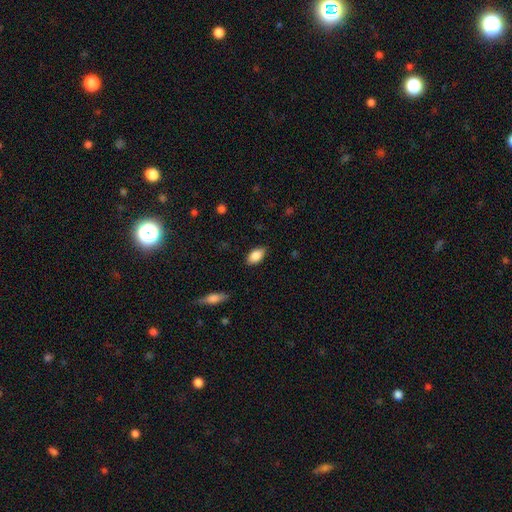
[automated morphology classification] Smooth or featured: smooth — 86% (star or artifact — 7%)
How rounded: in between — 92% (round — 5%)
Merging: none — 85% (minor disturbance — 12%)